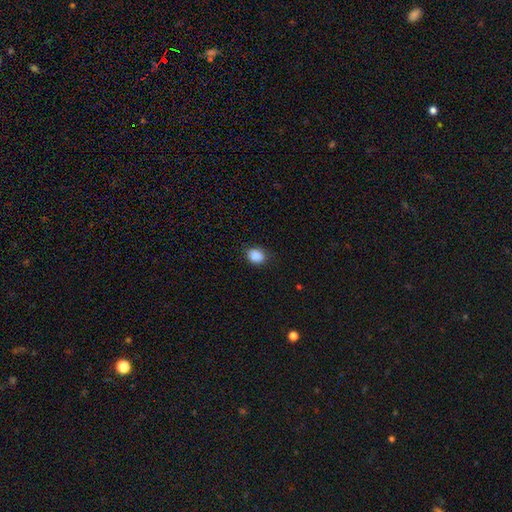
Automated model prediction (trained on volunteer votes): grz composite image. It shows a smooth galaxy with no disk features (88%) that is round (55%). Merging: none (81%).